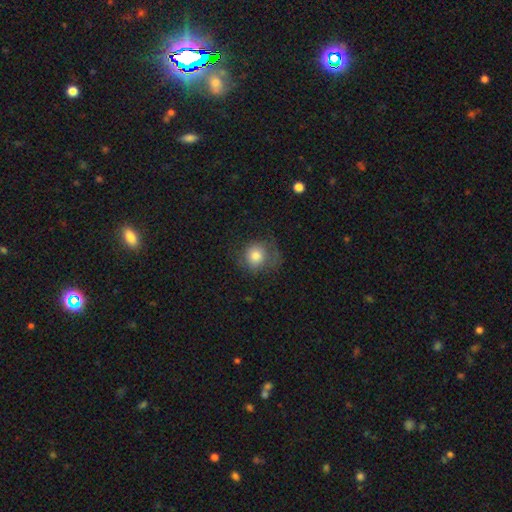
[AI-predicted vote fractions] smooth 75%, featured or disk 16%, star or artifact 9%. Down the decision tree: how rounded — round (84%); merging — none (55%).